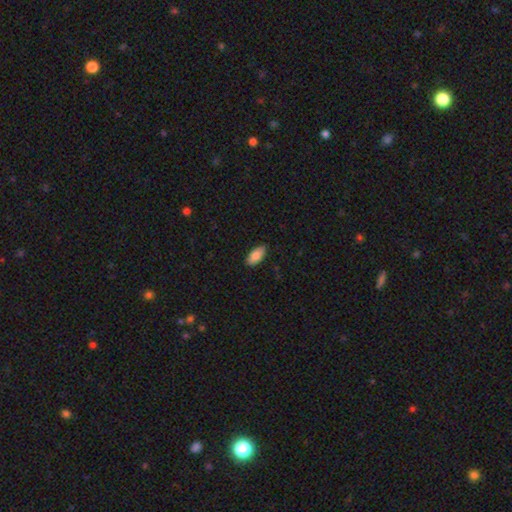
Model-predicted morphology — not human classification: The model was most divided on "merging": none: 86%, minor disturbance: 11%, major disturbance: 2%, merger: 1%. More confident: how rounded — in between (92%); smooth or featured — smooth (85%).